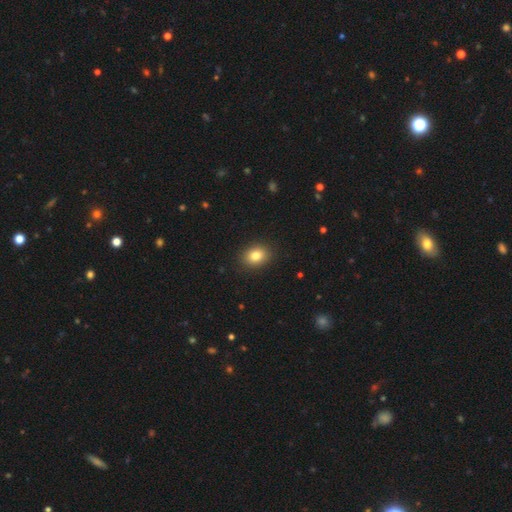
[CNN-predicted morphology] A smooth galaxy with no disk features (82%) that is in between round and cigar-shaped (58%). Merging: none (90%).